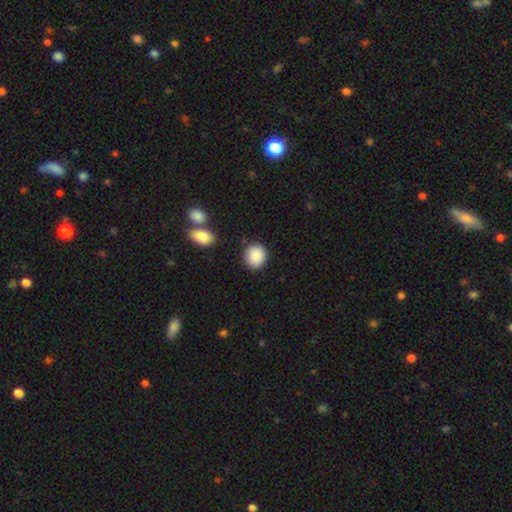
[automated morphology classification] A smooth galaxy with no disk features (89%) that is round (80%). Merging: none (85%).